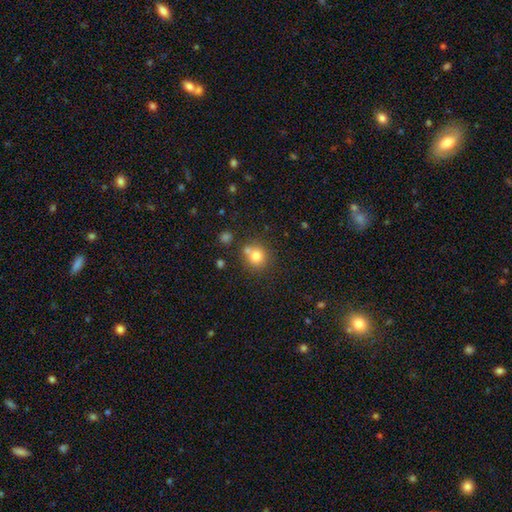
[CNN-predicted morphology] smooth-or-featured: smooth: 79% | star or artifact: 12% | featured or disk: 9%
  how-rounded: round: 85% | in between: 14% | cigar-shaped: 1%
  merging: none: 63% | merger: 22% | minor disturbance: 11% | major disturbance: 4%